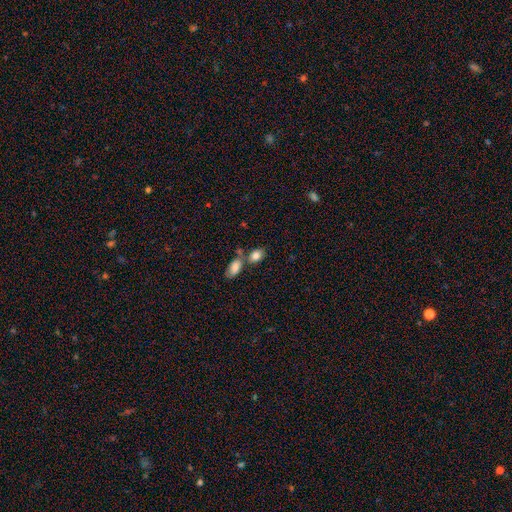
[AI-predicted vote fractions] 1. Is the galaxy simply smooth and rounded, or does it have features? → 83% smooth, 9% featured or disk, 8% star or artifact.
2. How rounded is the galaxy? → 85% in between, 12% round, 2% cigar-shaped.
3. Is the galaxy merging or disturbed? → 48% none, 37% merger, 11% minor disturbance, 4% major disturbance.